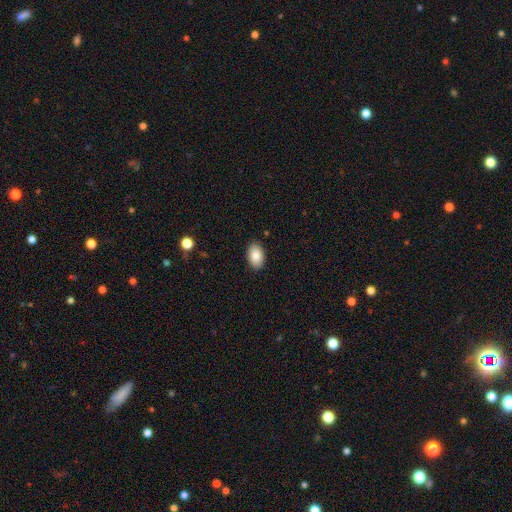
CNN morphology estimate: This is clearly a smooth galaxy (86%). How rounded: clearly in between (92%). Merging: clearly none (89%).